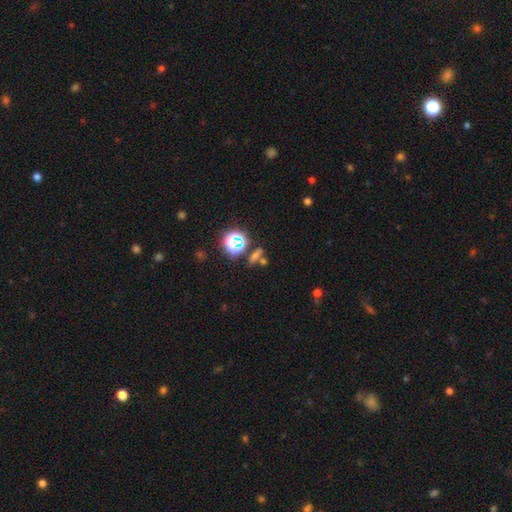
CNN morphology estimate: smooth-or-featured: star or artifact: 46% | smooth: 39% | featured or disk: 15%